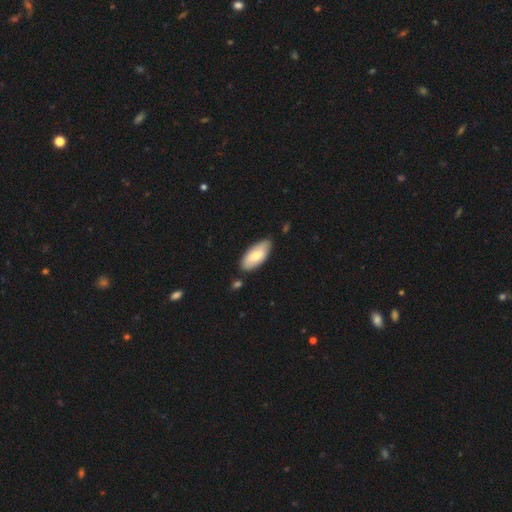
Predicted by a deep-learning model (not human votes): A smooth galaxy with no disk features (71%) that is in between round and cigar-shaped (88%).

Vote fractions:
- Smooth or featured? smooth: 71% / featured or disk: 24% / star or artifact: 5%
- How rounded? in between: 88% / cigar-shaped: 10% / round: 2%
- Merging? none: 80% / minor disturbance: 15% / merger: 3% / major disturbance: 2%